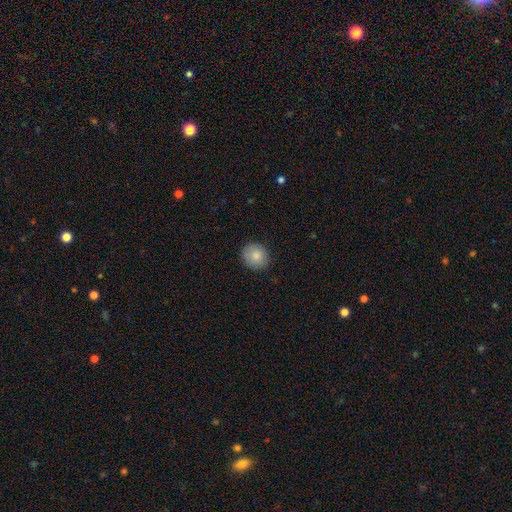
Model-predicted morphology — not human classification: A smooth galaxy with no disk features (86%) that is round (85%). Merging: none (88%).